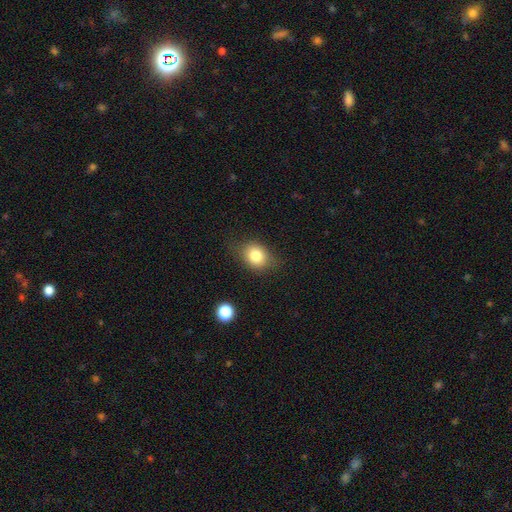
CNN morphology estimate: smooth_or_featured: smooth (p=0.80) [alt: featured or disk p=0.10]
how_rounded: in between (p=0.55) [alt: round p=0.44]
merging: none (p=0.73) [alt: minor disturbance p=0.20]